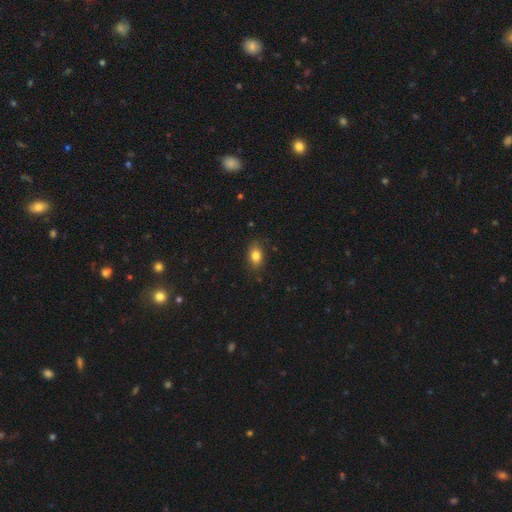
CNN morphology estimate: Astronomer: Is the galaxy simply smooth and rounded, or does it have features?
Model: smooth — 83%.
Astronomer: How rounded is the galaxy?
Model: in between — 82%.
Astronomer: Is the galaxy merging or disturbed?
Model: none — 84%.